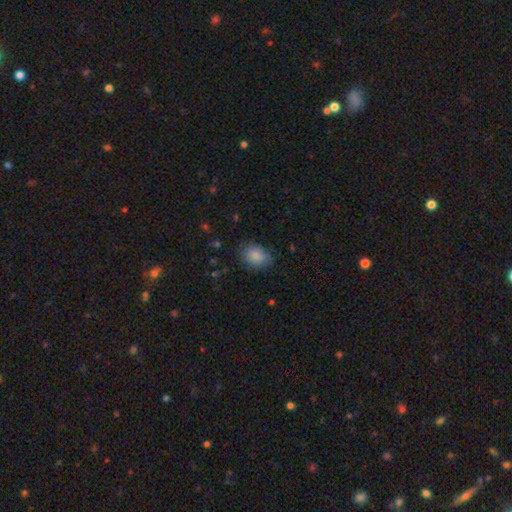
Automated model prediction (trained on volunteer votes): smooth-or-featured: smooth: 86% | star or artifact: 8% | featured or disk: 6%
  how-rounded: in between: 71% | round: 28% | cigar-shaped: 1%
  merging: none: 76% | minor disturbance: 18% | major disturbance: 5% | merger: 1%